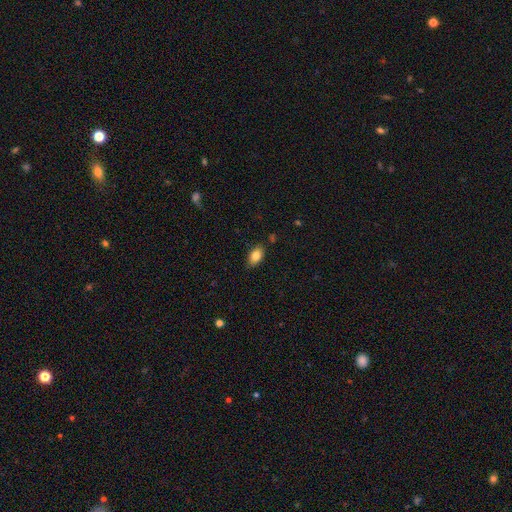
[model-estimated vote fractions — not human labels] This appears to be a smooth galaxy with no disk features (83%) that is in between round and cigar-shaped (90%). Merging: none (84%).